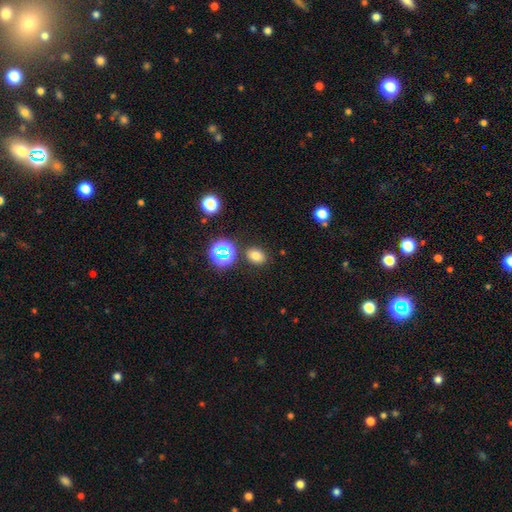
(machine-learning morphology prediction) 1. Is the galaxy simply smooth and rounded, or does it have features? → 72% smooth, 20% star or artifact, 8% featured or disk.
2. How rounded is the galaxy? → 56% in between, 43% round, 1% cigar-shaped.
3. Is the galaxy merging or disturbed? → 83% none, 10% minor disturbance, 4% merger, 3% major disturbance.